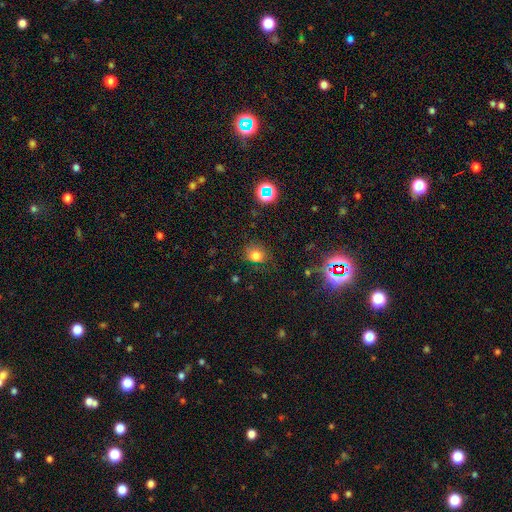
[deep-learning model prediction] The model was most divided on "how rounded": round: 73%, in between: 26%, cigar-shaped: 1%. More confident: merging — none (76%); smooth or featured — smooth (74%).